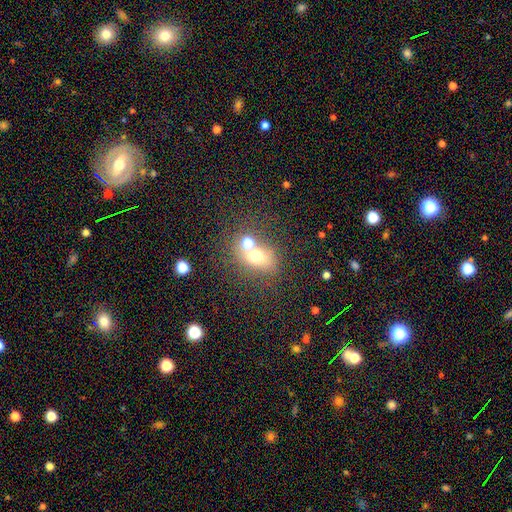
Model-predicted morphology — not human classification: This appears to be a smooth galaxy with no disk features (61%) that is round (56%). Merging: none (42%, tied with merger).